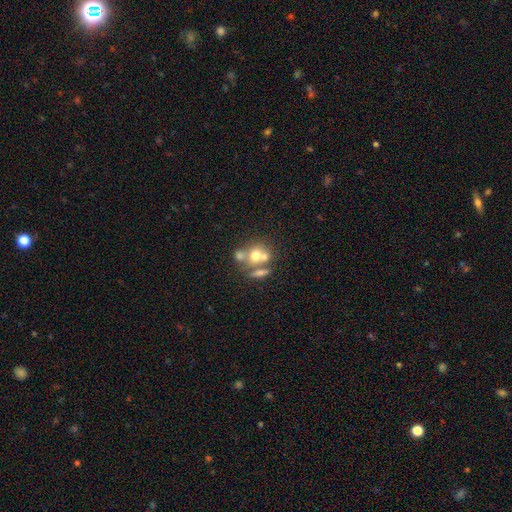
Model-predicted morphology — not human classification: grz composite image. It shows a smooth galaxy with no disk features (58%) that is round (62%). Merging: merger (49%).